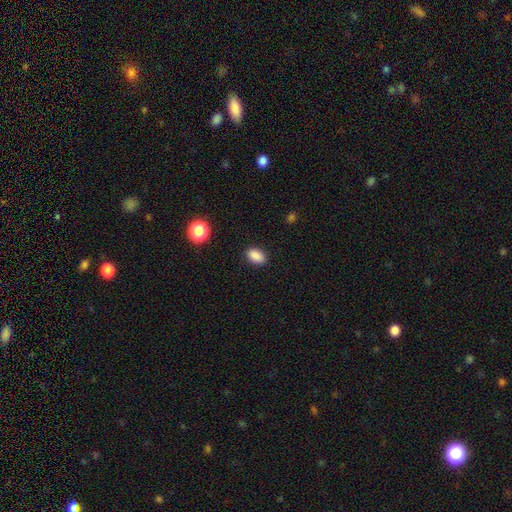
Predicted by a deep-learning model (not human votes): Smooth or featured? smooth (88%)
How rounded? in between (87%)
Merging? none (88%)